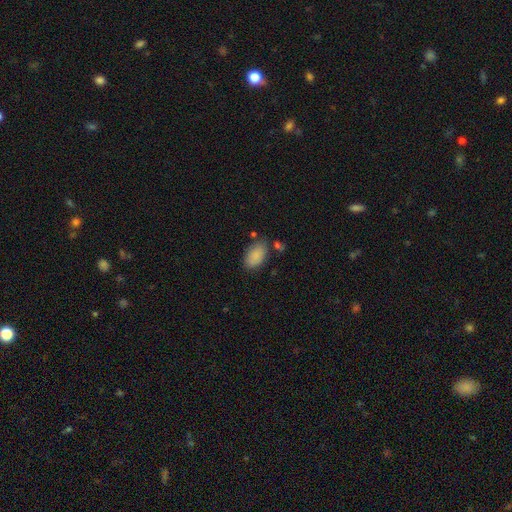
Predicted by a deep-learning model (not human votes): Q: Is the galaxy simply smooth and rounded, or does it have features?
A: smooth — 87%.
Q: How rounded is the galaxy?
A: in between — 93%.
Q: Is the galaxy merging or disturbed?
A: none — 75%.